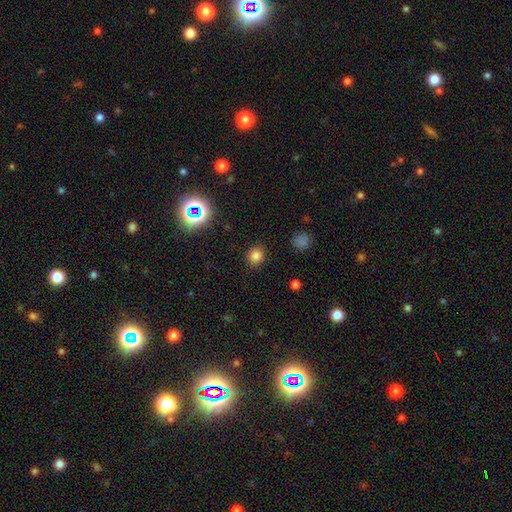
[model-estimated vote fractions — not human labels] A smooth galaxy with no disk features (80%) that is round (81%).

Vote fractions:
- Smooth or featured? smooth: 80% / star or artifact: 15% / featured or disk: 5%
- How rounded? round: 81% / in between: 18% / cigar-shaped: 1%
- Merging? none: 89% / minor disturbance: 7% / major disturbance: 3% / merger: 1%